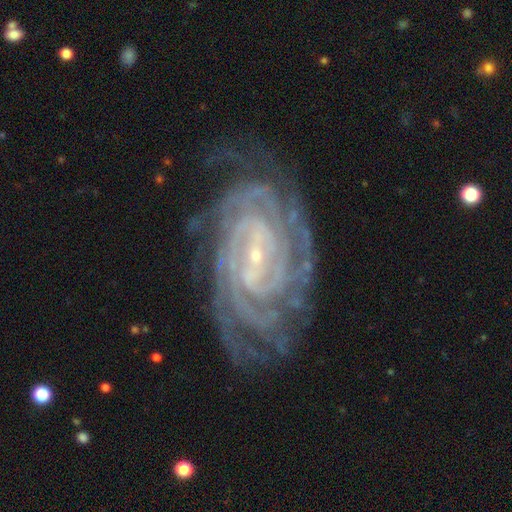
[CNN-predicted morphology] Smooth or featured: featured or disk — 92% (star or artifact — 5%)
Edge-on disk: no — 97% (yes — 3%)
Bar: weak — 41% (strong — 37%)
Spiral arms: yes — 99% (no — 1%)
Spiral winding: tight — 83% (medium — 15%)
Spiral arm count: 4 — 23% (can't tell — 20%)
Bulge size: small — 85% (moderate — 10%)
Merging: none — 77% (minor disturbance — 16%)